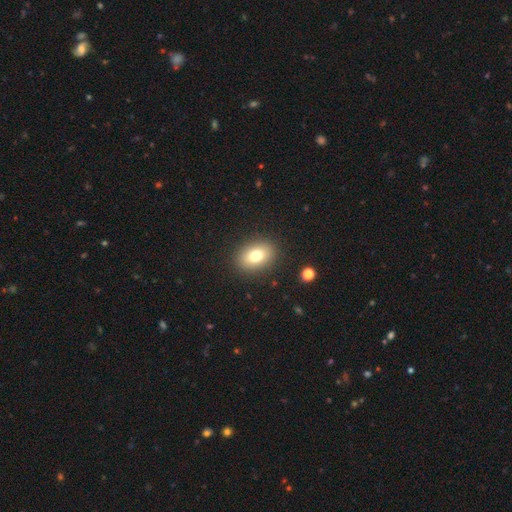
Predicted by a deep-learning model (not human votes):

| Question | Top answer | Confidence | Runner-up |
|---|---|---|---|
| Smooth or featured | smooth | 77% | featured or disk (13%) |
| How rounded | in between | 75% | round (24%) |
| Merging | none | 89% | minor disturbance (8%) |